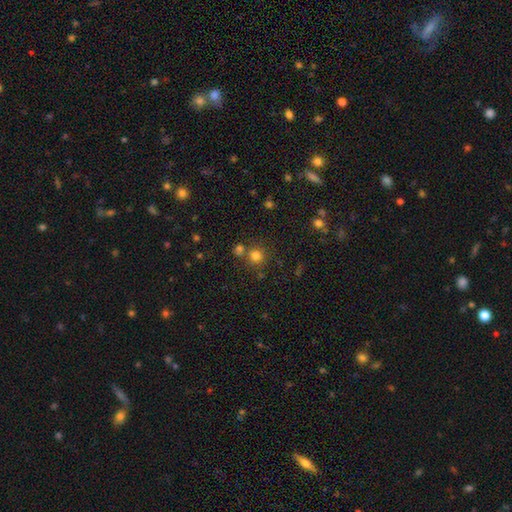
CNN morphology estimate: smooth 76%, star or artifact 17%, featured or disk 7%. Down the decision tree: how rounded — round (92%); merging — none (68%).